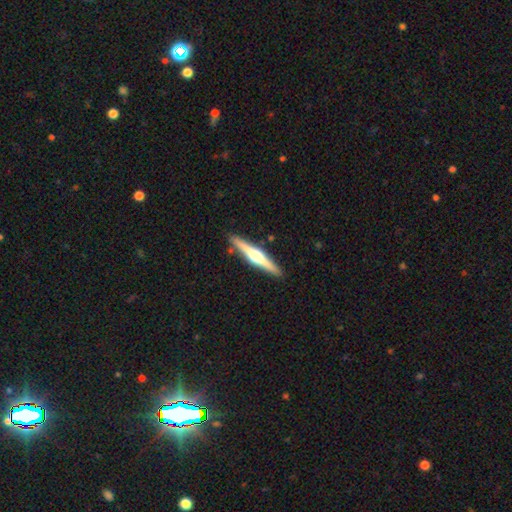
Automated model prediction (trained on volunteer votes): The model was most divided on "smooth or featured": featured or disk: 72%, smooth: 23%, star or artifact: 5%. More confident: edge-on disk — yes (98%); edge-on bulge — rounded (93%); merging — none (90%).